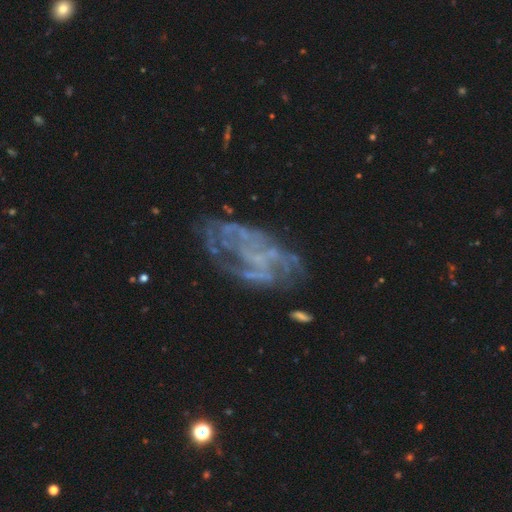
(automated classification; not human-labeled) Q: Smooth or featured?
A: featured or disk (75%); runner-up: smooth (13%)
Q: Edge-on disk?
A: no (96%); runner-up: yes (4%)
Q: Bar?
A: no (72%); runner-up: weak (20%)
Q: Spiral arms?
A: yes (59%); runner-up: no (41%)
Q: Bulge size?
A: none (73%); runner-up: small (20%)
Q: Merging?
A: none (56%); runner-up: major disturbance (21%)